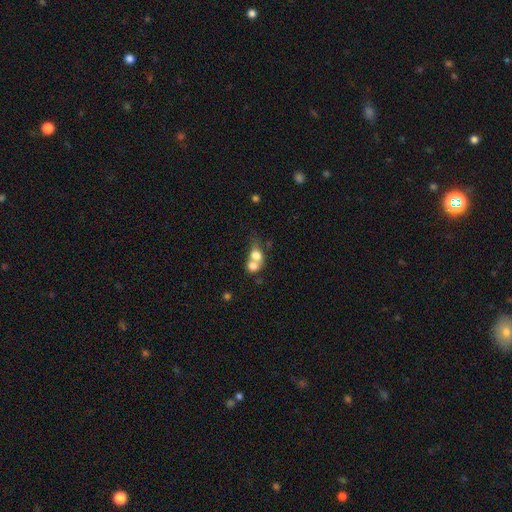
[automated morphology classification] Q: Smooth or featured?
A: smooth (70%); runner-up: featured or disk (19%)
Q: How rounded?
A: round (58%); runner-up: in between (40%)
Q: Merging?
A: merger (70%); runner-up: none (19%)